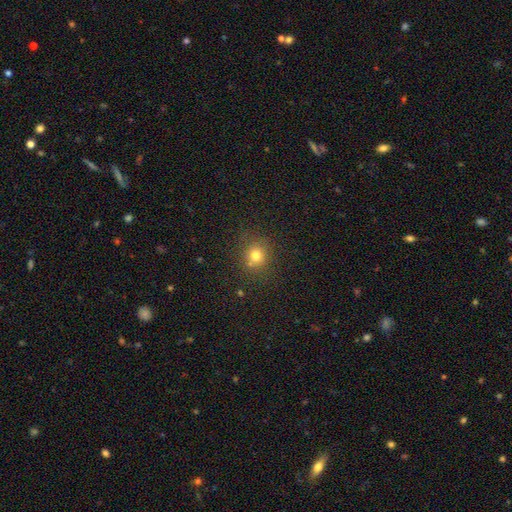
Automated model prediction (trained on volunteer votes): This is likely a smooth galaxy (76%). How rounded: clearly round (86%). Merging: likely none (78%).